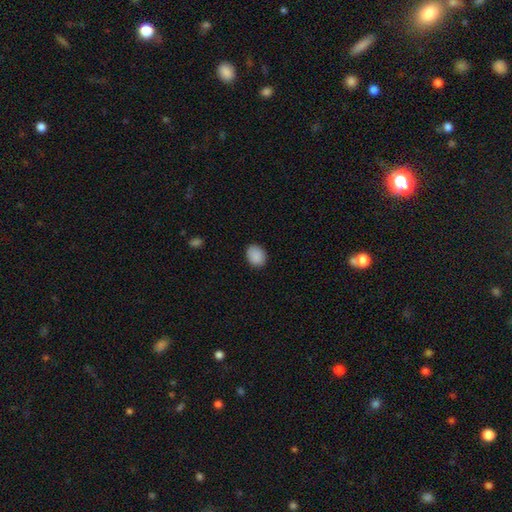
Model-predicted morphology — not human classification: smooth-or-featured: smooth: 90% | star or artifact: 8% | featured or disk: 3%
  how-rounded: in between: 51% | round: 48% | cigar-shaped: 1%
  merging: none: 87% | minor disturbance: 9% | major disturbance: 2% | merger: 1%